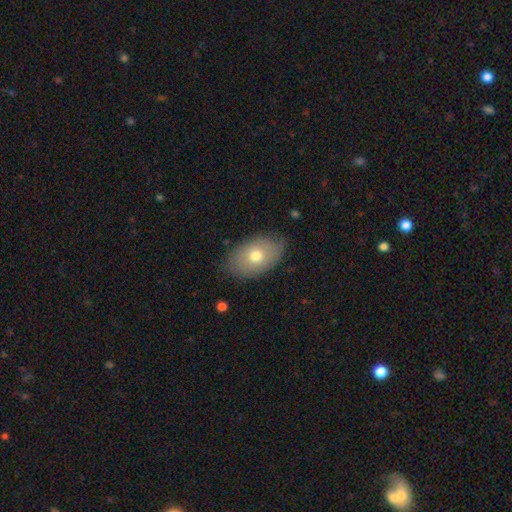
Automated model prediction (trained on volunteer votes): A smooth galaxy with no disk features (66%) that is in between round and cigar-shaped (88%). Merging: none (78%).